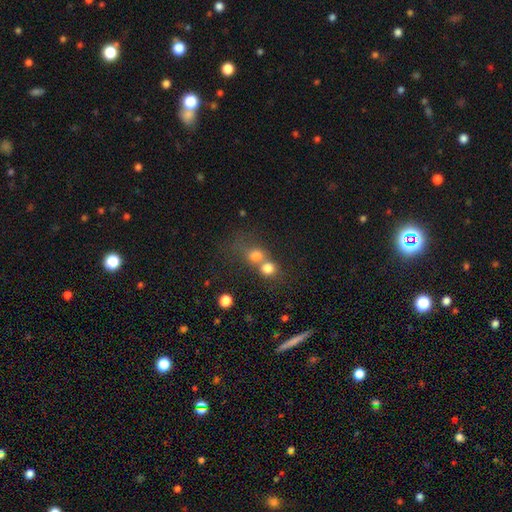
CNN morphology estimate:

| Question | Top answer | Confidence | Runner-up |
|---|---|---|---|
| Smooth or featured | smooth | 74% | star or artifact (13%) |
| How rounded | round | 75% | in between (24%) |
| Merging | merger | 61% | none (28%) |